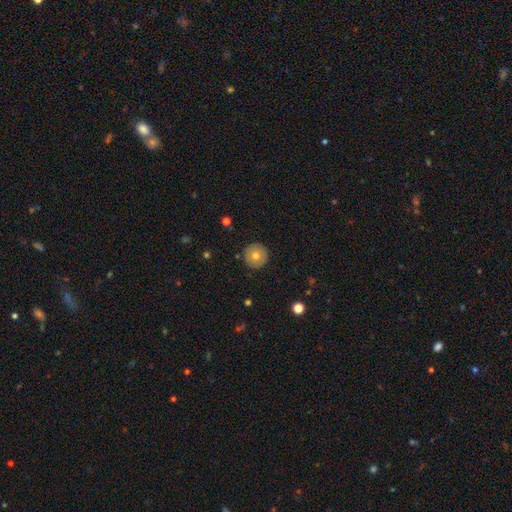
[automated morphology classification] Smooth or featured: smooth — 72% (featured or disk — 19%)
How rounded: round — 96% (in between — 3%)
Merging: none — 92% (minor disturbance — 6%)